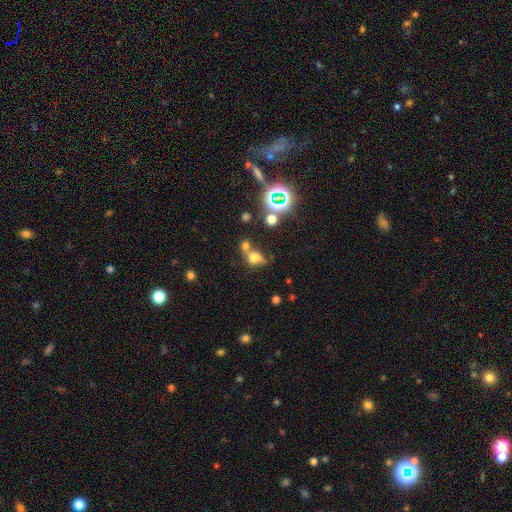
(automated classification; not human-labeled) smooth-or-featured: star or artifact: 46% | smooth: 42% | featured or disk: 12%